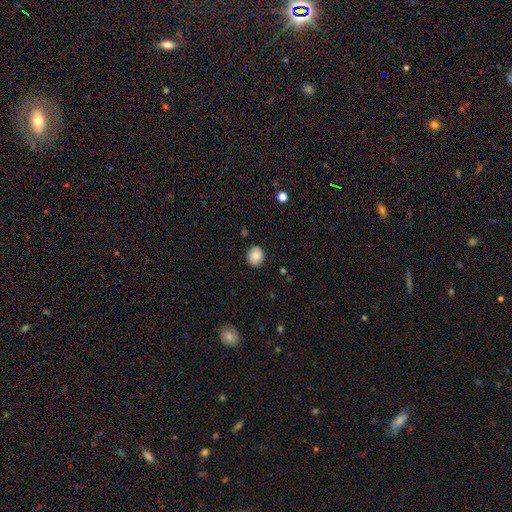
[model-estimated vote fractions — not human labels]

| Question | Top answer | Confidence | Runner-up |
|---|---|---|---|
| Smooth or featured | smooth | 81% | featured or disk (10%) |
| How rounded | round | 67% | in between (32%) |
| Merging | none | 87% | minor disturbance (10%) |